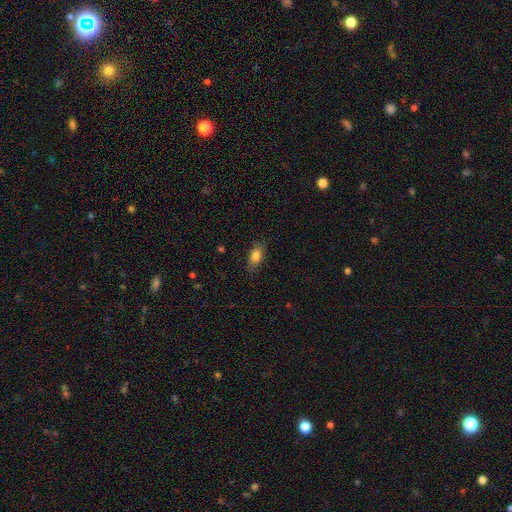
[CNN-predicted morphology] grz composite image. It shows a smooth galaxy with no disk features (82%) that is in between round and cigar-shaped (86%). Merging: none (81%).